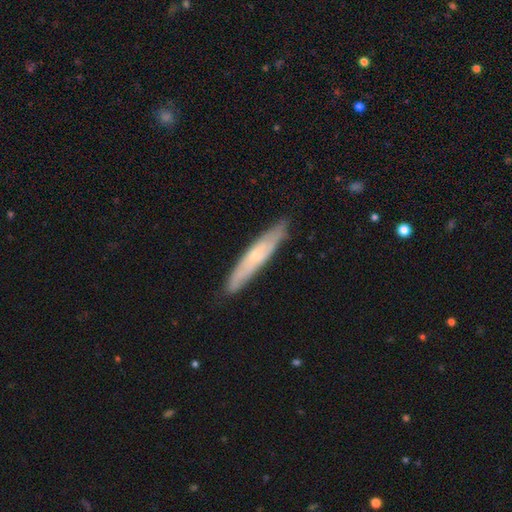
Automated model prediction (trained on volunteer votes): Overall: featured or disk (54%; smooth 40%). Edge-on disk: yes (64%; no 36%). Merging: none (85%).